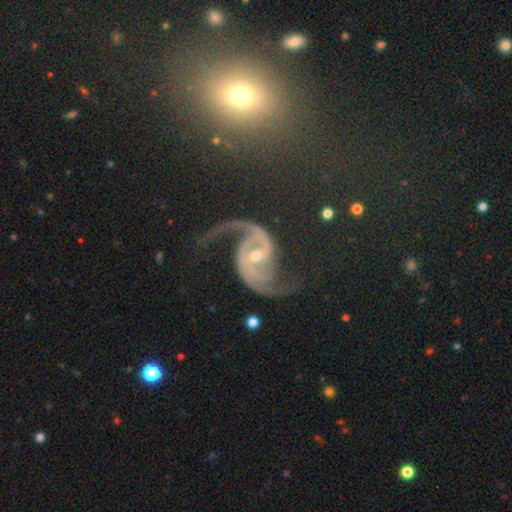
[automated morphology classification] Smooth or featured? featured or disk (91%)
Edge-on disk? no (98%)
Bar? weak (38%)
Spiral arms? yes (98%)
Spiral winding? loose (49%)
Spiral arm count? 2 (94%)
Bulge size? small (52%)
Merging? none (69%)